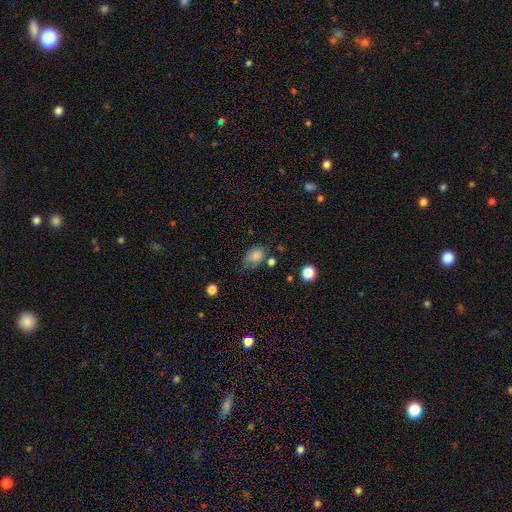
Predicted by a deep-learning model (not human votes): Smooth or featured? Predicted: smooth (p=0.80). How rounded? Predicted: in between (p=0.68). Merging? Predicted: none (p=0.49).